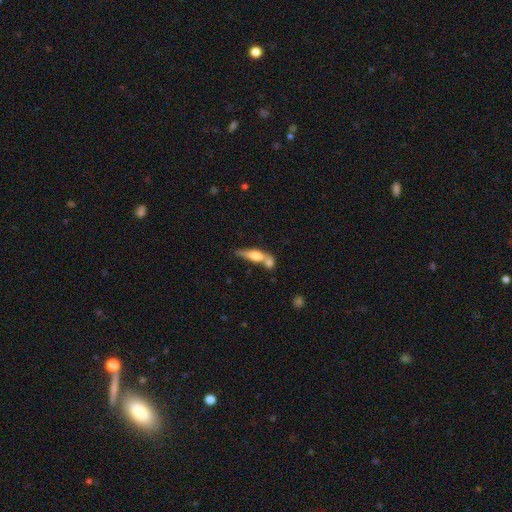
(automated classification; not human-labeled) A smooth galaxy with no disk features (51%) that is cigar-shaped (56%). Merging: merger (49%).